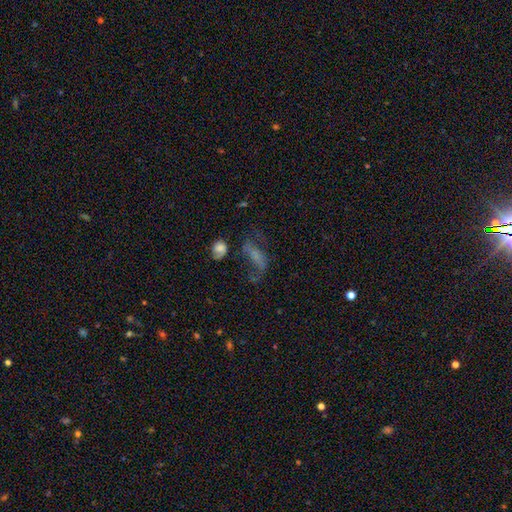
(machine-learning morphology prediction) smooth-or-featured: featured or disk: 43% | smooth: 37% | star or artifact: 20%
  merging: major disturbance: 37% | none: 35% | minor disturbance: 18% | merger: 10%